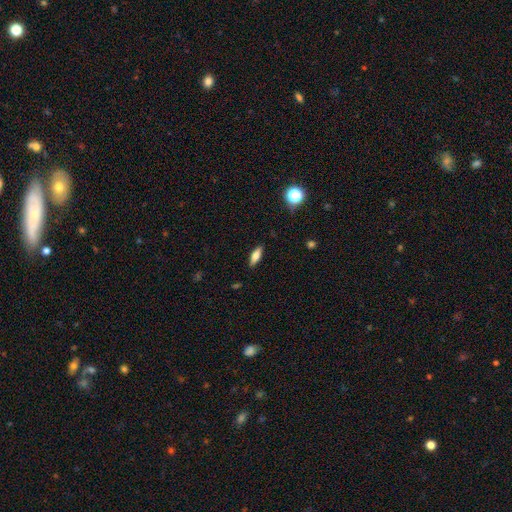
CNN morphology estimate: smooth 69%, featured or disk 23%, star or artifact 8%. Down the decision tree: how rounded — in between (60%); merging — none (87%).